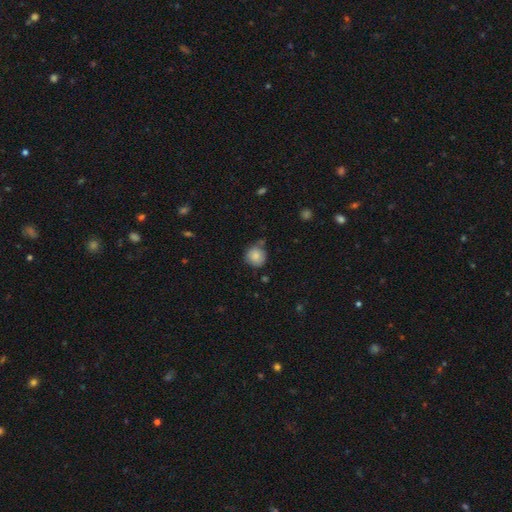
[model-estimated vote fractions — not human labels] The model was most divided on "merging": none: 68%, minor disturbance: 22%, merger: 6%, major disturbance: 5%. More confident: how rounded — round (89%); smooth or featured — smooth (83%).